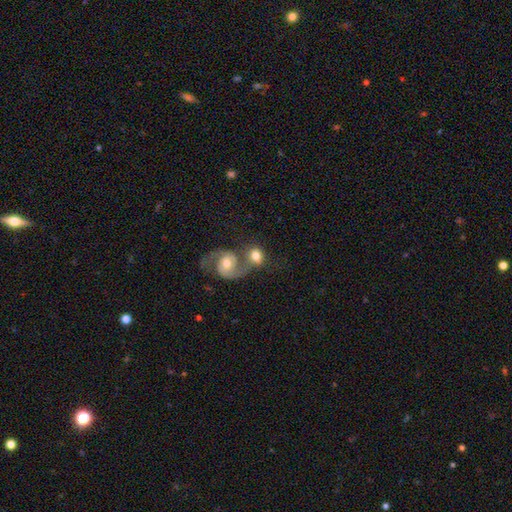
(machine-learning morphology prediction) smooth_or_featured: smooth (p=0.48) [alt: featured or disk p=0.45]
merging: merger (p=0.53) [alt: none p=0.30]